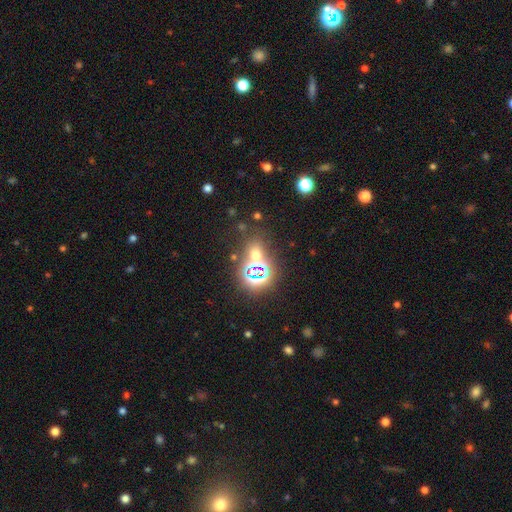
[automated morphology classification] This is possibly a star or artifact rather than a galaxy (51%).